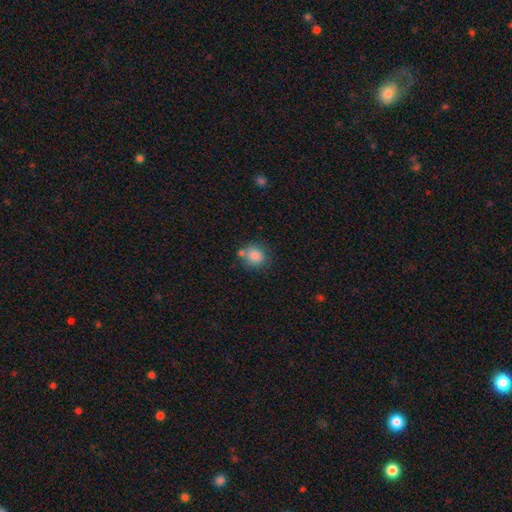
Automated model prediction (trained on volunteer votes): Q: Smooth or featured?
A: smooth (84%); runner-up: star or artifact (9%)
Q: How rounded?
A: round (81%); runner-up: in between (18%)
Q: Merging?
A: none (63%); runner-up: minor disturbance (16%)